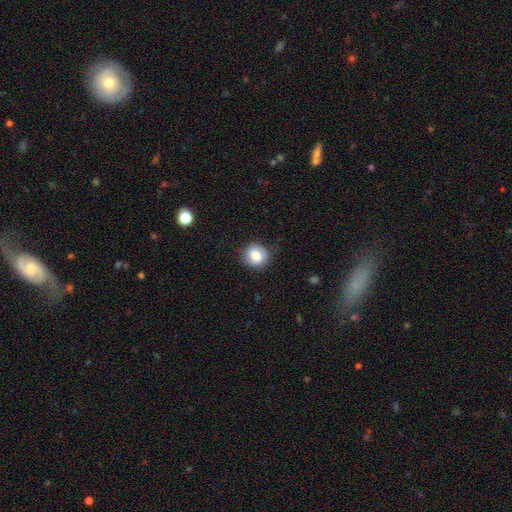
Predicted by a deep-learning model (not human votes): Smooth or featured?
  - smooth: 79% *
  - featured or disk: 12%
  - star or artifact: 9%
How rounded?
  - round: 83% *
  - in between: 16%
  - cigar-shaped: 1%
Merging?
  - none: 82% *
  - minor disturbance: 13%
  - major disturbance: 3%
  - merger: 1%